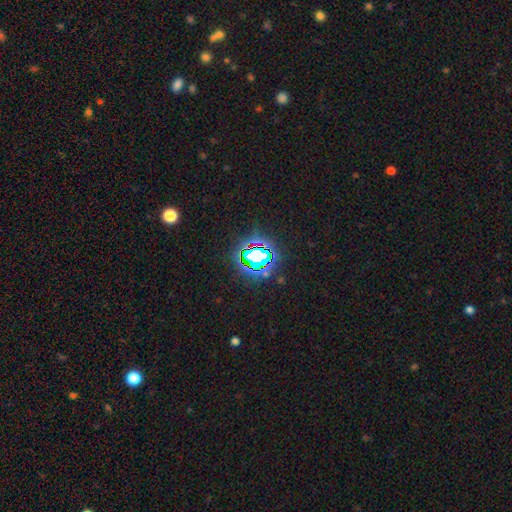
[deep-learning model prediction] A star or artifact, not a galaxy (69%).